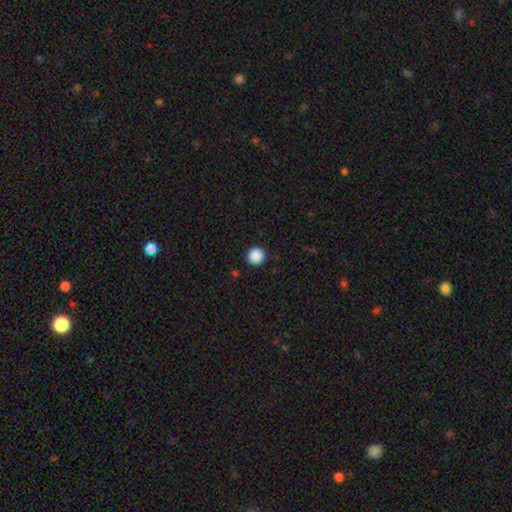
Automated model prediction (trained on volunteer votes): smooth_or_featured: smooth (p=0.89) [alt: star or artifact p=0.09]
how_rounded: round (p=0.95) [alt: in between p=0.04]
merging: none (p=0.93) [alt: minor disturbance p=0.04]